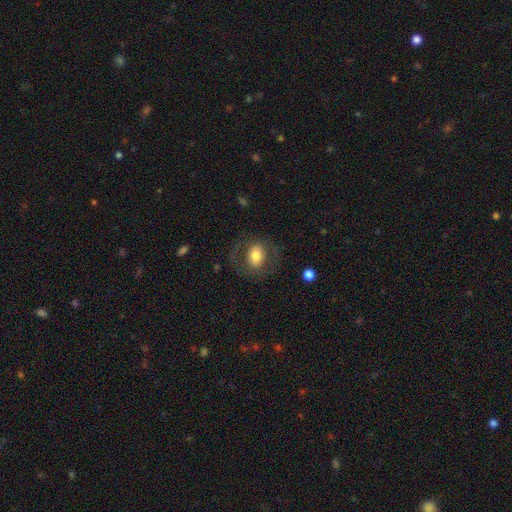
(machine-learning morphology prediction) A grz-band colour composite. It shows a smooth galaxy with no disk features (62%) that is round (54%). Merging: none (73%).